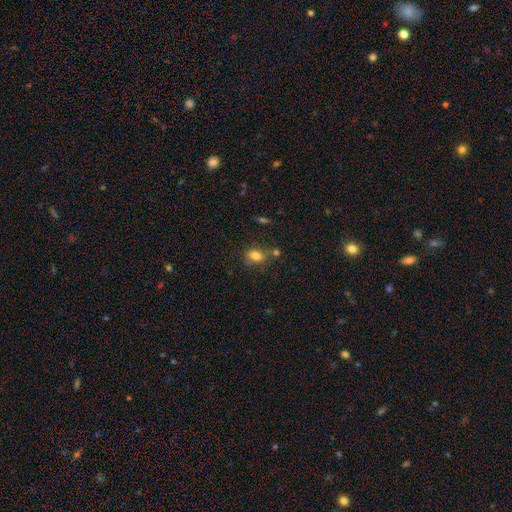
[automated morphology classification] The model was most divided on "merging": none: 61%, minor disturbance: 18%, merger: 16%, major disturbance: 6%. More confident: smooth or featured — smooth (78%); how rounded — in between (72%).